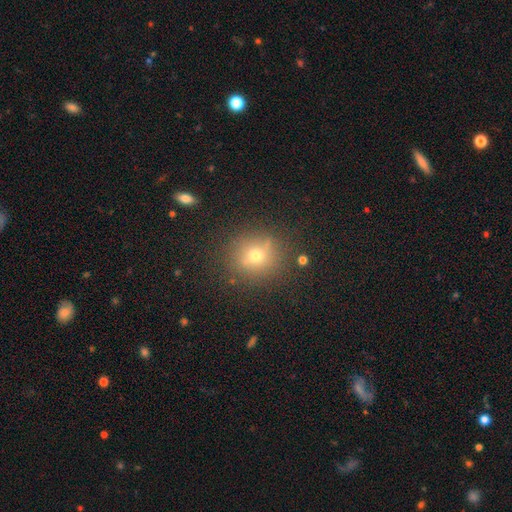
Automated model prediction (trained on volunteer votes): Smooth or featured: smooth — 60% (star or artifact — 21%)
How rounded: round — 88% (in between — 11%)
Merging: none — 84% (minor disturbance — 11%)